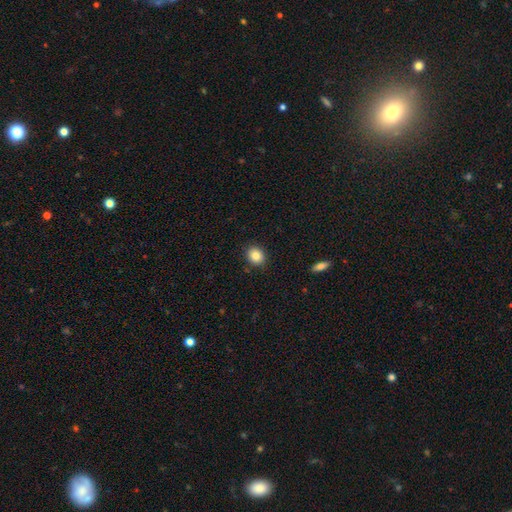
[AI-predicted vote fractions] A smooth galaxy with no disk features (85%) that is round (59%). Merging: none (88%).